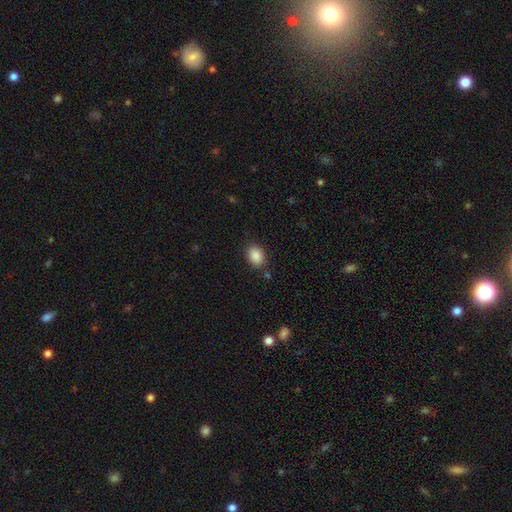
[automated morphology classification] The model was most divided on "how rounded": in between: 69%, round: 30%, cigar-shaped: 1%. More confident: smooth or featured — smooth (88%); merging — none (82%).